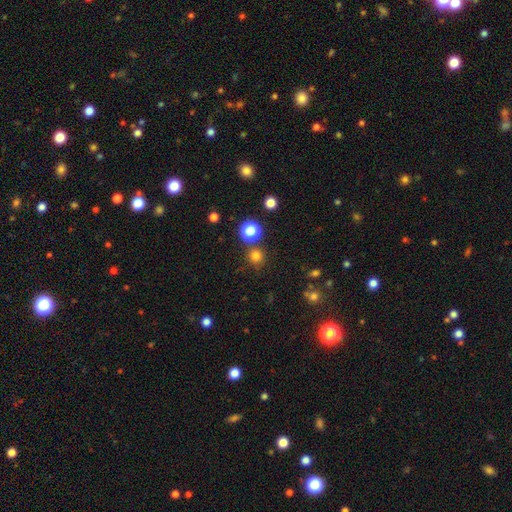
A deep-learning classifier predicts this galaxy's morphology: Smooth or featured? Predicted: smooth (p=0.76). How rounded? Predicted: round (p=0.94). Merging? Predicted: none (p=0.82).